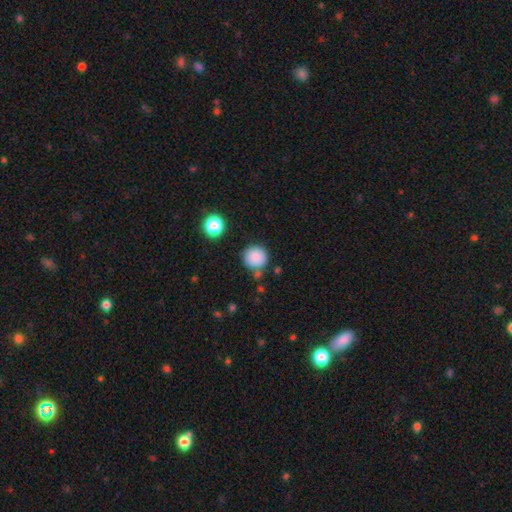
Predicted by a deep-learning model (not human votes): Overall: smooth (86%). How rounded: round (94%). Merging: none (78%).